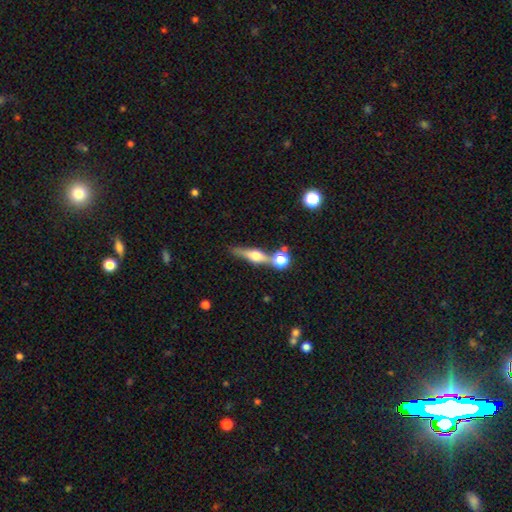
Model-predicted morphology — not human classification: A featured or disk galaxy (60%) viewed edge-on (92%) with a rounded central bulge (91%).

Vote fractions:
- Smooth or featured? featured or disk: 60% / smooth: 31% / star or artifact: 9%
- Edge-on disk? yes: 92% / no: 8%
- Edge-on bulge? rounded: 91% / boxy: 6% / none: 3%
- Merging? none: 62% / merger: 21% / minor disturbance: 12% / major disturbance: 5%